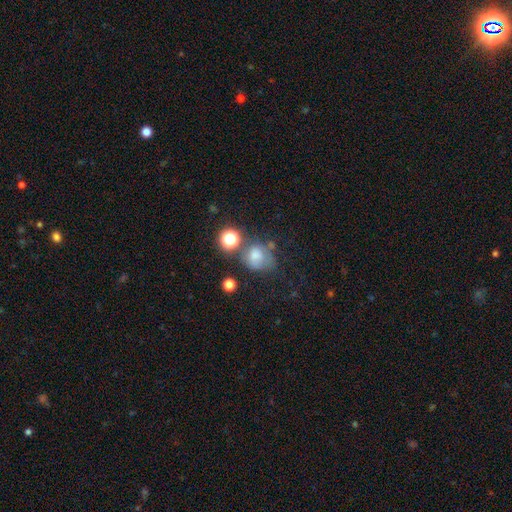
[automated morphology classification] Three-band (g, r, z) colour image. It shows a smooth galaxy with no disk features (66%) that is round (68%). Merging: none (42%).